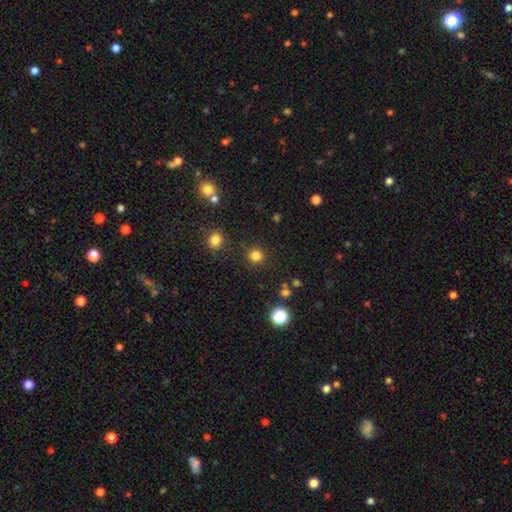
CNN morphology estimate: Smooth or featured? smooth (81%)
How rounded? round (93%)
Merging? none (88%)